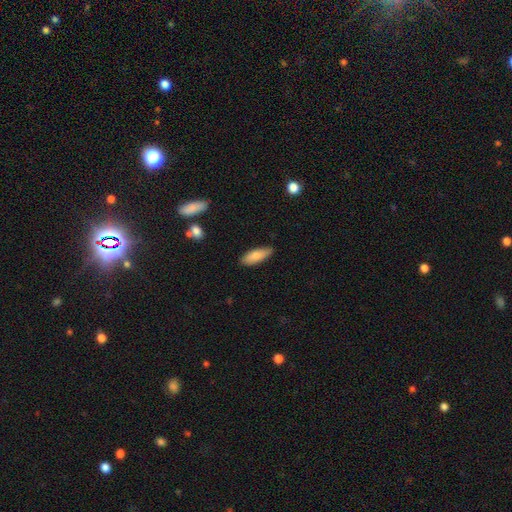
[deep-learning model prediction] A smooth galaxy with no disk features (83%) that is in between round and cigar-shaped (66%). Merging: none (82%).